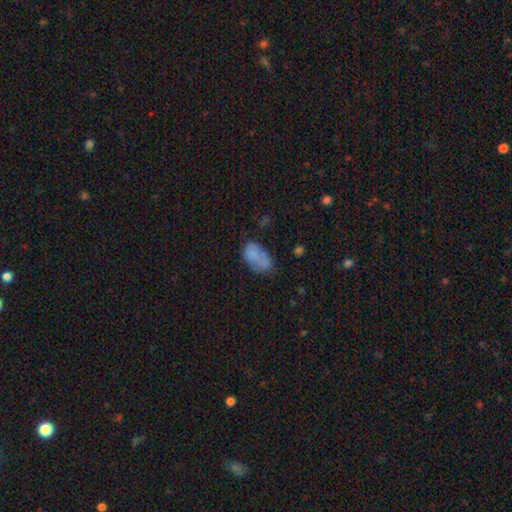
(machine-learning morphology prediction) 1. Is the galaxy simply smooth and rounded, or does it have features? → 70% smooth, 20% featured or disk, 10% star or artifact.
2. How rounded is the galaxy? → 91% in between, 7% round, 2% cigar-shaped.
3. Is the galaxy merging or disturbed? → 46% none, 30% minor disturbance, 15% major disturbance, 9% merger.